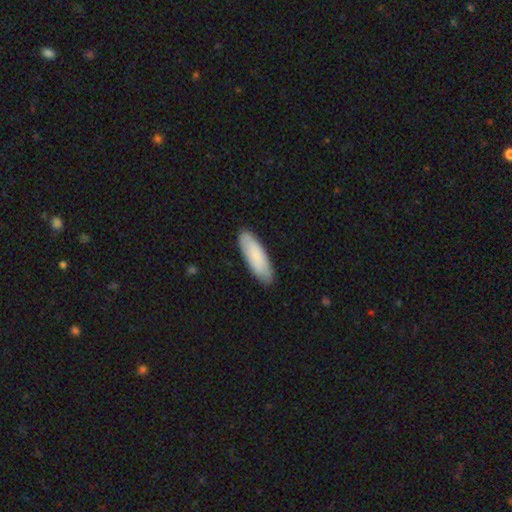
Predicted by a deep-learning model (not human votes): Overall: smooth (82%). How rounded: in between (52%; cigar-shaped 46%). Merging: none (87%).